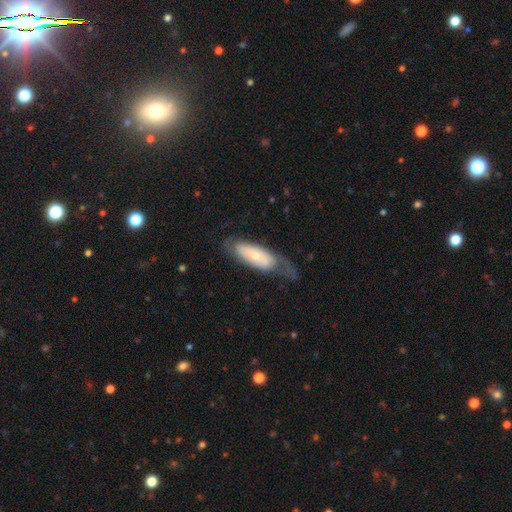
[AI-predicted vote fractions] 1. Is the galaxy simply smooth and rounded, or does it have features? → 56% featured or disk, 38% smooth, 6% star or artifact.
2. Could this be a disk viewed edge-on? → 78% no, 22% yes.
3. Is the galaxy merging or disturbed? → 49% none, 26% minor disturbance, 22% major disturbance, 2% merger.